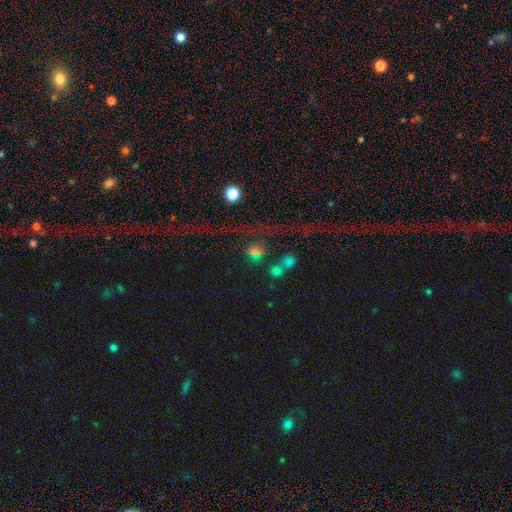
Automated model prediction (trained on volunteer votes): Morphology: type=smooth (50%); merging=none (44%).